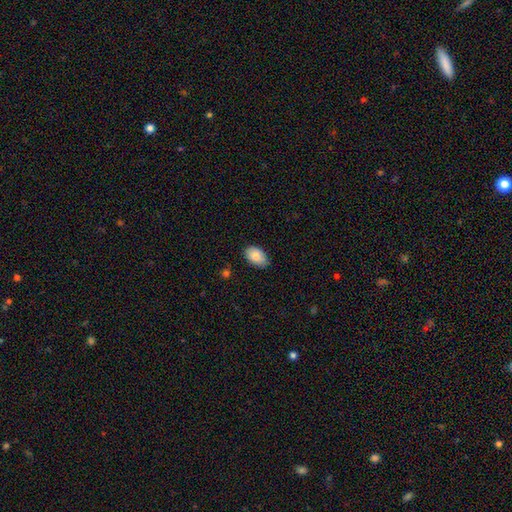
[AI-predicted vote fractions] Overall: smooth (84%). How rounded: in between (91%). Merging: none (78%).